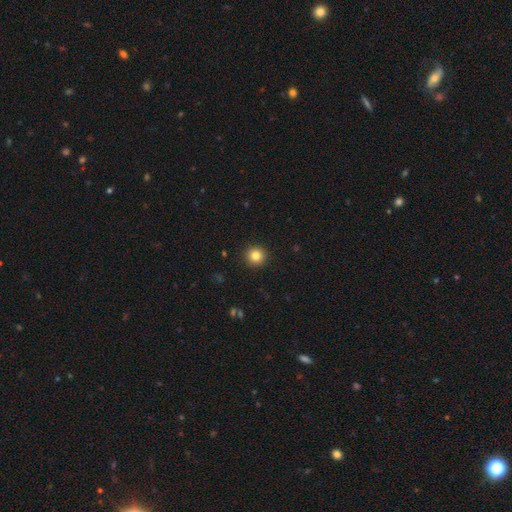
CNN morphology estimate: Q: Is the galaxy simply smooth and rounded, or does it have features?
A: smooth — 83%.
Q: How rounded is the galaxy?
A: round — 94%.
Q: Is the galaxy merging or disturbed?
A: none — 93%.